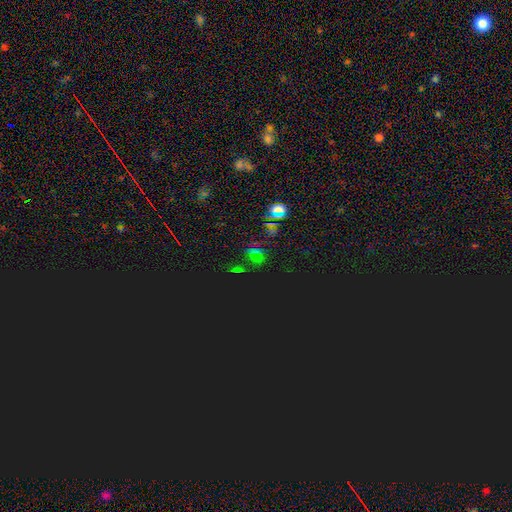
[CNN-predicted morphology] The model was most divided on "smooth or featured": star or artifact: 74%, smooth: 18%, featured or disk: 8%.